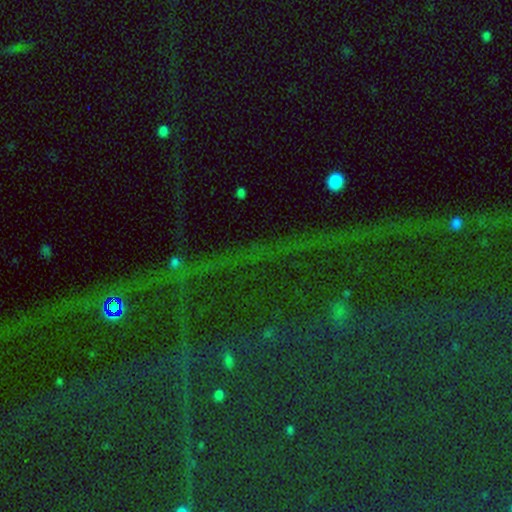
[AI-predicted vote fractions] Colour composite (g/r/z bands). It shows a star or artifact, not a galaxy (80%).